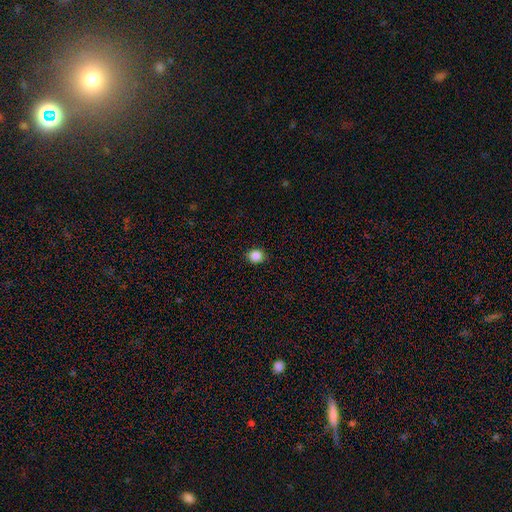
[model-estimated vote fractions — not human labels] smooth 86%, star or artifact 11%, featured or disk 3%. Down the decision tree: how rounded — round (78%); merging — none (90%).